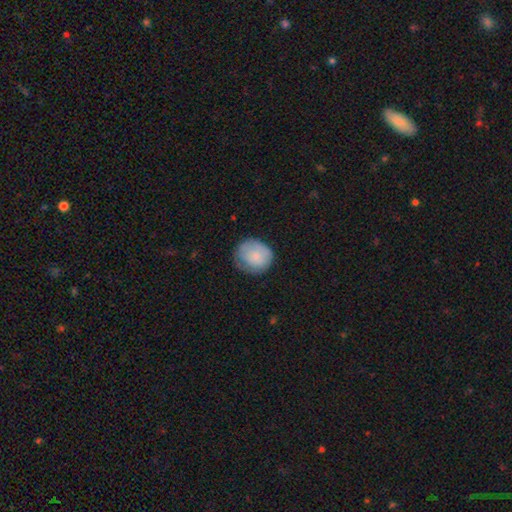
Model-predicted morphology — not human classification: Overall: smooth (77%). How rounded: round (78%). Merging: none (59%; minor disturbance 30%).